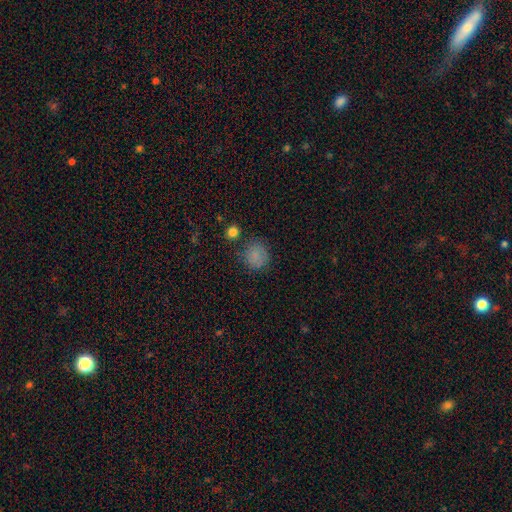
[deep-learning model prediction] This is clearly a smooth galaxy (81%). How rounded: clearly round (86%). Merging: likely none (77%).